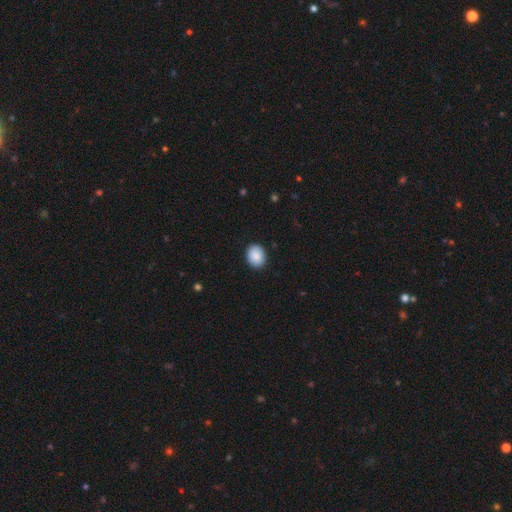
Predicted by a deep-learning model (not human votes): smooth_or_featured: smooth (p=0.89) [alt: star or artifact p=0.07]
how_rounded: in between (p=0.51) [alt: round p=0.49]
merging: none (p=0.90) [alt: minor disturbance p=0.07]